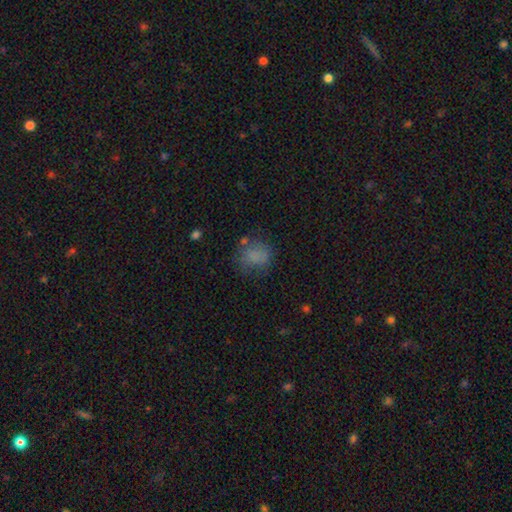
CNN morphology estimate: smooth-or-featured: smooth: 75% | star or artifact: 13% | featured or disk: 12%
  how-rounded: round: 64% | in between: 35% | cigar-shaped: 1%
  merging: none: 62% | minor disturbance: 22% | major disturbance: 11% | merger: 5%